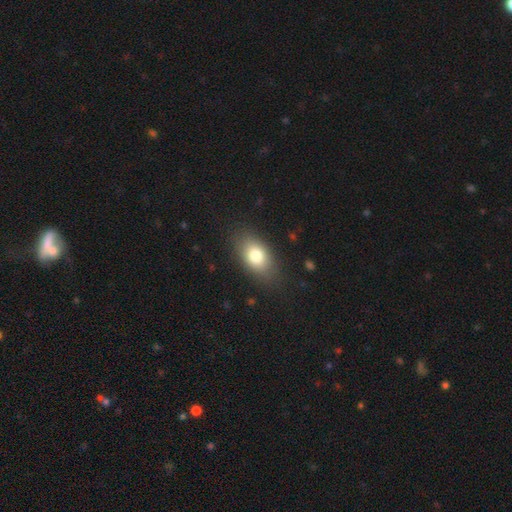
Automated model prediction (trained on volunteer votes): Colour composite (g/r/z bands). It shows a smooth galaxy with no disk features (79%) that is in between round and cigar-shaped (86%). Merging: none (82%).